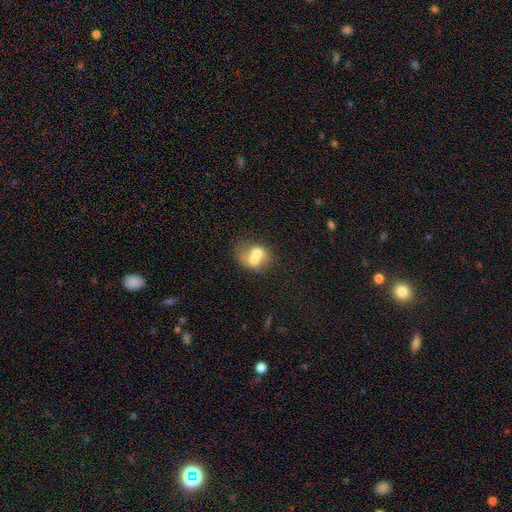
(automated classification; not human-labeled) The model was most divided on "how rounded": round: 54%, in between: 45%, cigar-shaped: 1%. More confident: merging — merger (68%); smooth or featured — smooth (60%).